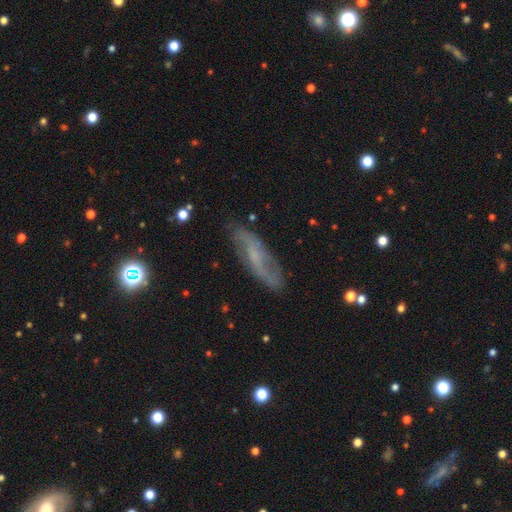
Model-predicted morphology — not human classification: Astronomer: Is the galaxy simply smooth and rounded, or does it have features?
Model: featured or disk — 62%.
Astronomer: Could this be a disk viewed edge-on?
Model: no — 74%.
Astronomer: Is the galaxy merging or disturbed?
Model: none — 78%.